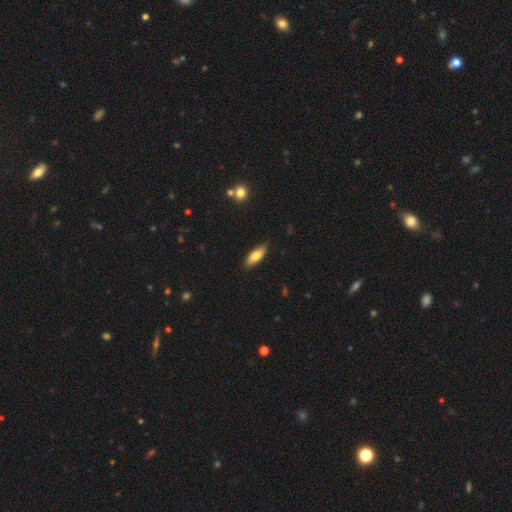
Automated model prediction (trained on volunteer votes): A smooth galaxy with no disk features (76%) that is in between round and cigar-shaped (69%). Merging: none (85%).